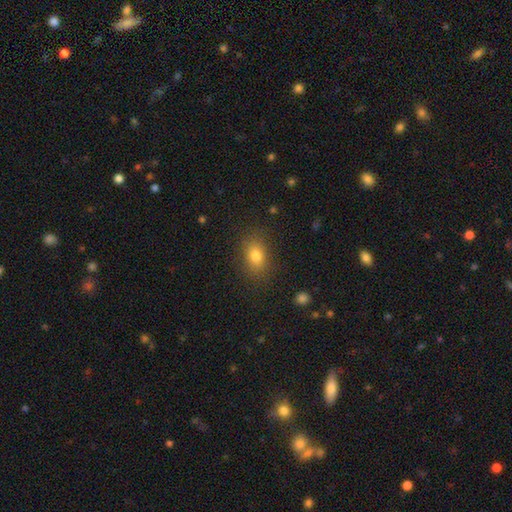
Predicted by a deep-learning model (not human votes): Q: Smooth or featured?
A: smooth (79%); runner-up: star or artifact (11%)
Q: How rounded?
A: in between (79%); runner-up: round (19%)
Q: Merging?
A: none (84%); runner-up: minor disturbance (11%)